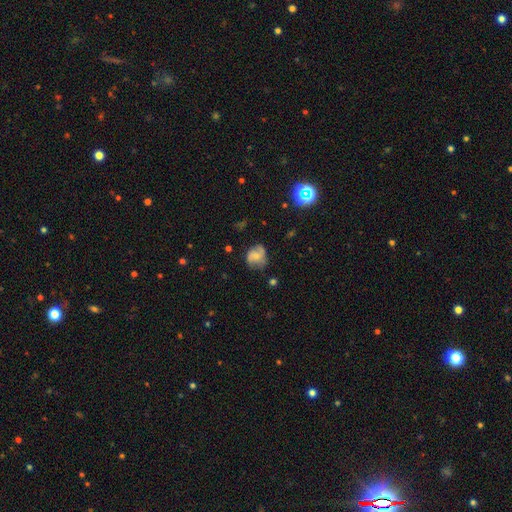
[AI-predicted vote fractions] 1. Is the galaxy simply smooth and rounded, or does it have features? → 46% featured or disk, 45% smooth, 10% star or artifact.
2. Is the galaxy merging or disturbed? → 62% none, 27% minor disturbance, 9% major disturbance, 2% merger.